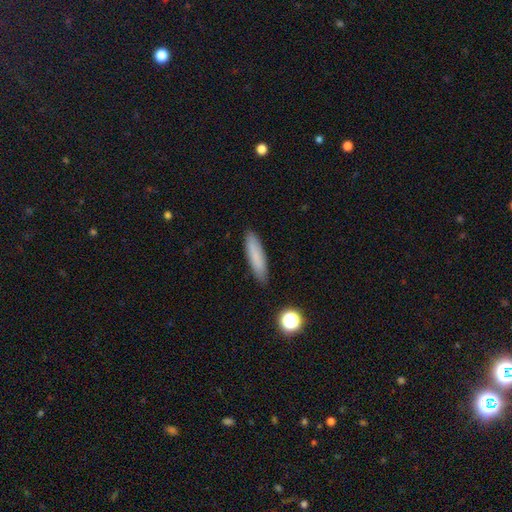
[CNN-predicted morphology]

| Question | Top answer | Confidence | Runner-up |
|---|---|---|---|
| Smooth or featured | smooth | 81% | featured or disk (11%) |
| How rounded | cigar-shaped | 77% | in between (22%) |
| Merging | none | 88% | minor disturbance (9%) |